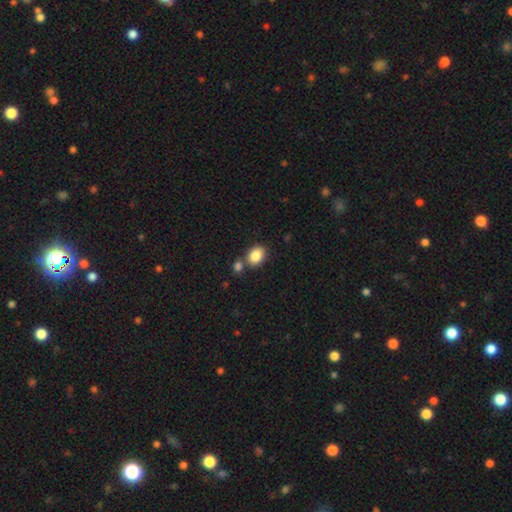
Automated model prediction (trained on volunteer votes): Smooth or featured? smooth (86%)
How rounded? in between (65%)
Merging? none (65%)